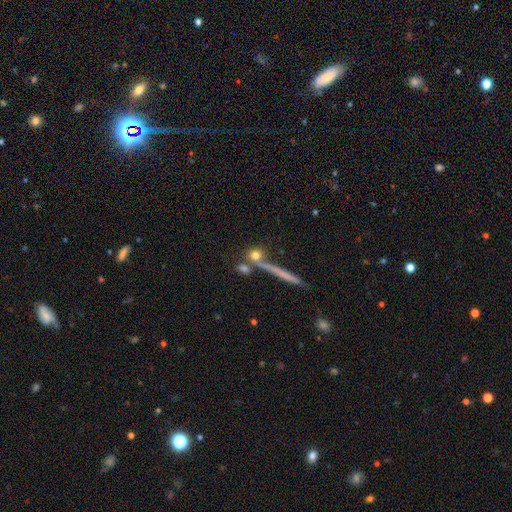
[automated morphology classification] A smooth galaxy with no disk features (69%) that is round (66%). Merging: none (61%).